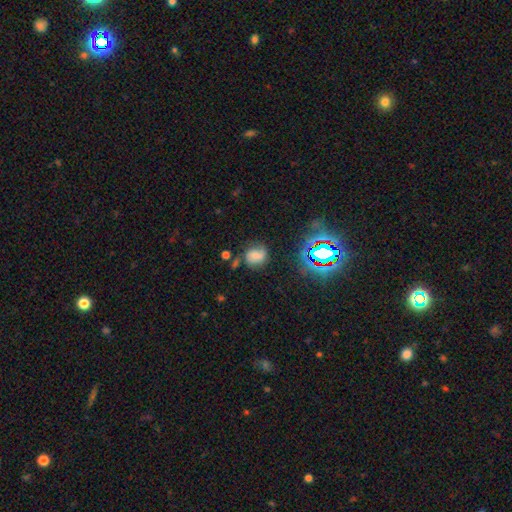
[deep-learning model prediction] This appears to be a smooth galaxy with no disk features (52%) that is round (60%). Merging: none (61%).